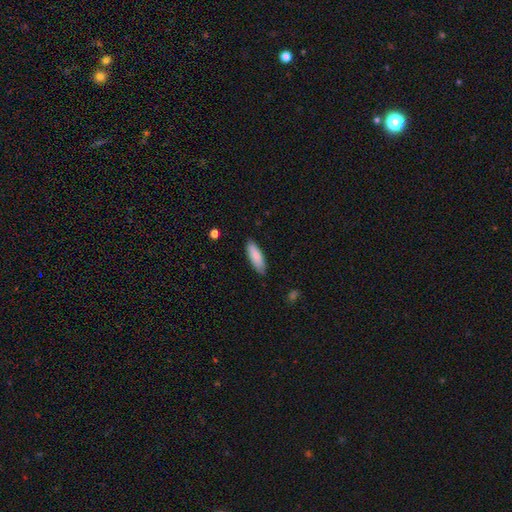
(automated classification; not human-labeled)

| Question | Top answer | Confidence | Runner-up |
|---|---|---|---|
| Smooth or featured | smooth | 84% | featured or disk (11%) |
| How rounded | in between | 57% | cigar-shaped (42%) |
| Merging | none | 85% | minor disturbance (12%) |